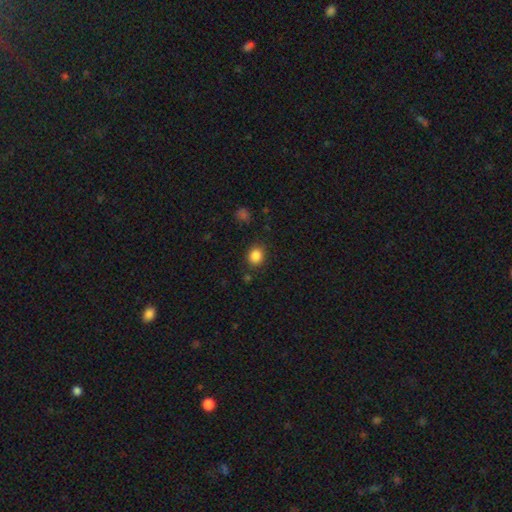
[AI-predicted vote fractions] Smooth or featured? smooth (86%)
How rounded? round (71%)
Merging? none (83%)